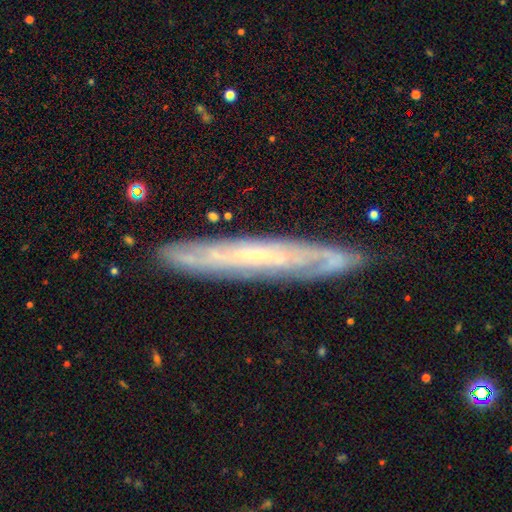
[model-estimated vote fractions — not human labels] Smooth or featured? featured or disk (73%)
Edge-on disk? yes (65%)
Merging? none (84%)